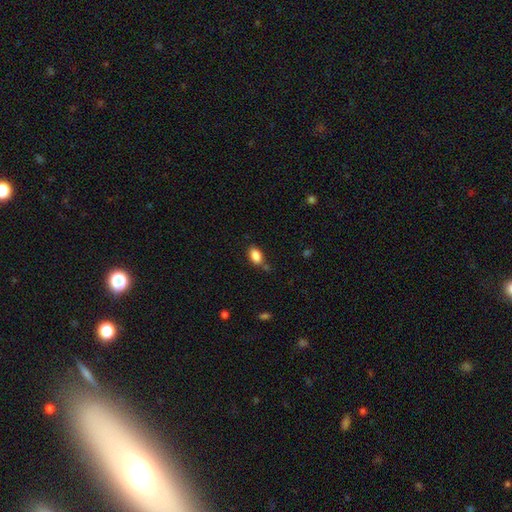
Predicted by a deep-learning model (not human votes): A smooth galaxy with no disk features (87%) that is in between round and cigar-shaped (90%). Merging: none (73%).